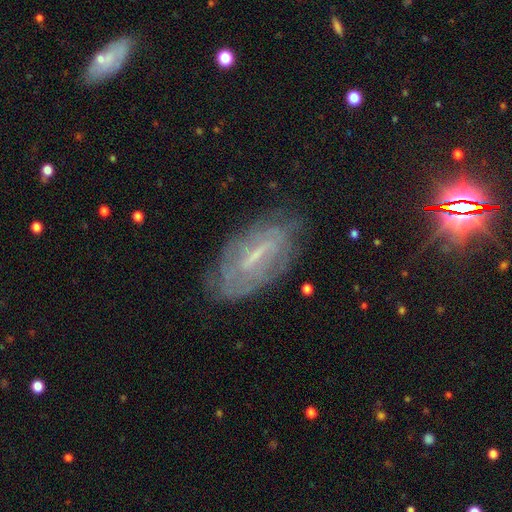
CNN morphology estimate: Q: Smooth or featured?
A: featured or disk (66%); runner-up: smooth (22%)
Q: Edge-on disk?
A: no (87%); runner-up: yes (13%)
Q: Bar?
A: weak (49%); runner-up: strong (30%)
Q: Spiral arms?
A: yes (69%); runner-up: no (31%)
Q: Bulge size?
A: small (57%); runner-up: moderate (23%)
Q: Merging?
A: none (73%); runner-up: minor disturbance (18%)